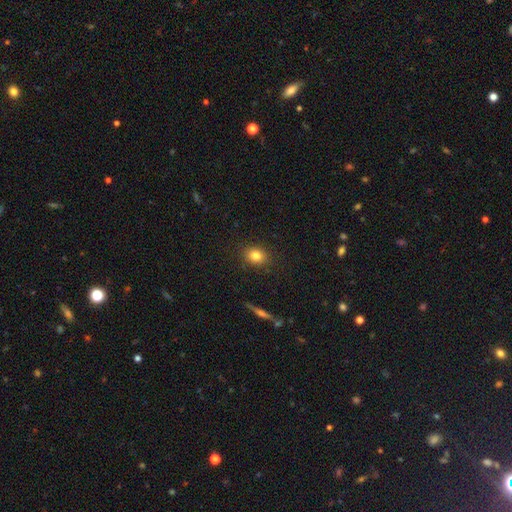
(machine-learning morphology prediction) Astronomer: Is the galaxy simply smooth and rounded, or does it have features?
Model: smooth — 81%.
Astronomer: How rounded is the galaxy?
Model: round — 52% (runner-up: in between, 46%).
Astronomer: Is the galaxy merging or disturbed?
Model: none — 88%.